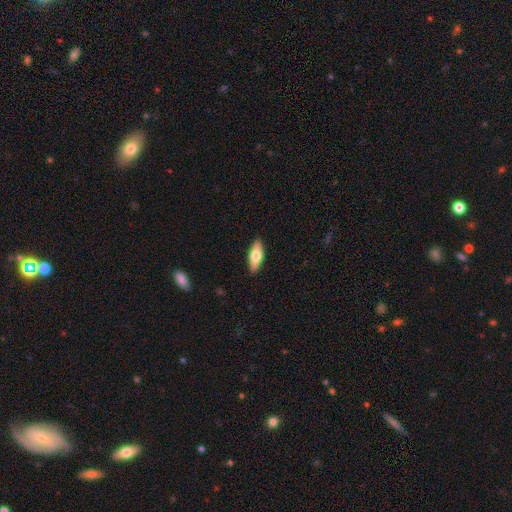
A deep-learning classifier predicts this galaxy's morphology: Smooth or featured: smooth — 68% (featured or disk — 26%)
How rounded: in between — 70% (cigar-shaped — 27%)
Merging: none — 89% (minor disturbance — 8%)